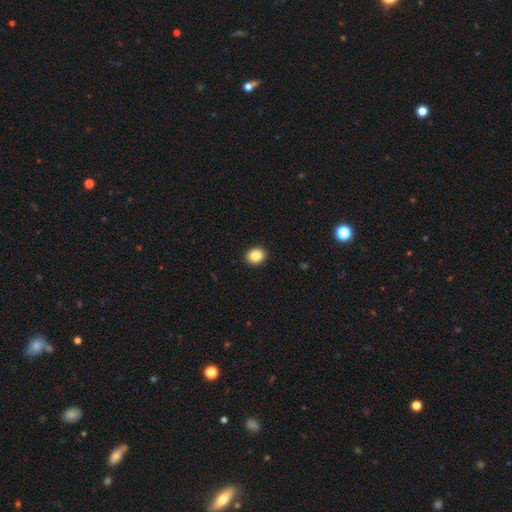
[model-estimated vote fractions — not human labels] A smooth galaxy with no disk features (87%) that is round (68%). Merging: none (92%).